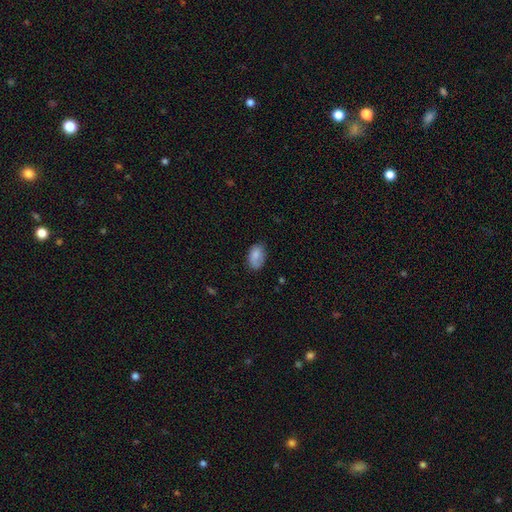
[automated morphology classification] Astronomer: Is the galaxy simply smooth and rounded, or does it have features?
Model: smooth — 81%.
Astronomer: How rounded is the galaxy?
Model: in between — 90%.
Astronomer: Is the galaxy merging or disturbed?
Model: none — 67%.